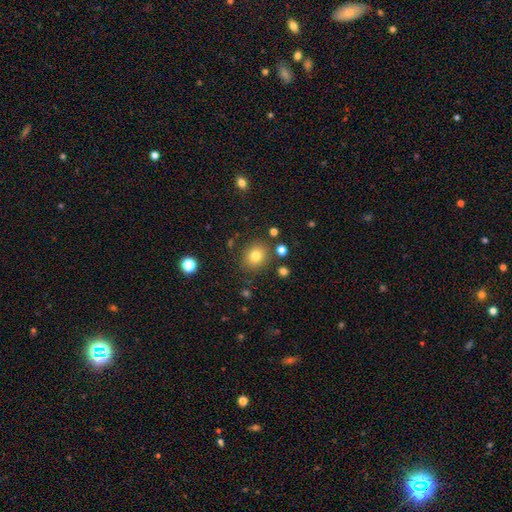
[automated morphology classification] This is likely a smooth galaxy (79%). How rounded: likely round (68%). Merging: clearly none (83%).